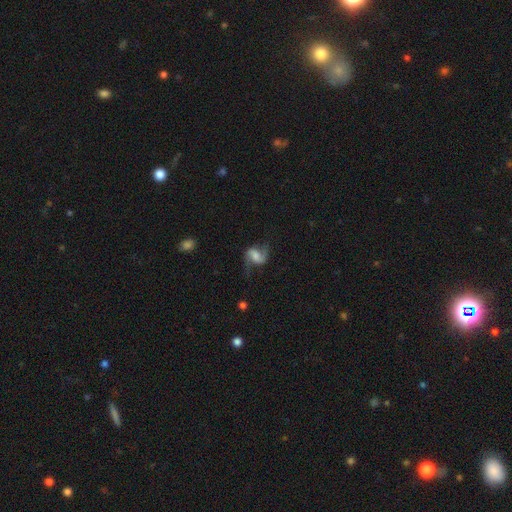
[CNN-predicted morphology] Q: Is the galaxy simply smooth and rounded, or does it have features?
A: featured or disk — 76%.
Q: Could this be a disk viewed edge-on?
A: no — 97%.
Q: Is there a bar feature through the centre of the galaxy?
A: weak — 43%.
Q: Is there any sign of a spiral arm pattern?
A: yes — 95%.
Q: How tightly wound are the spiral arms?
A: loose — 60%.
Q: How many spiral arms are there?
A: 2 — 91%.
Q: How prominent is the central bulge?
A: moderate — 30%.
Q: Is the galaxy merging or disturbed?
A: none — 66%.